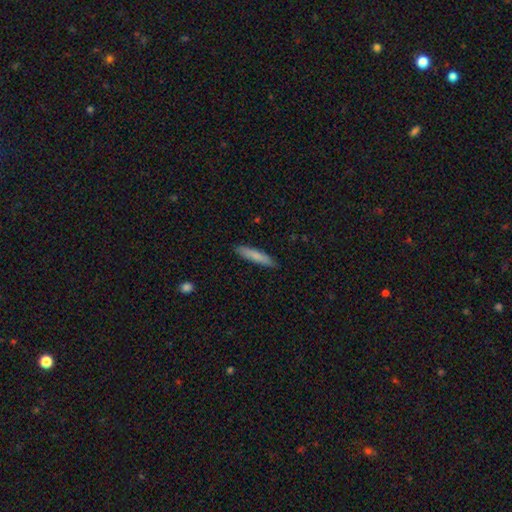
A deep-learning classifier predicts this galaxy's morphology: Smooth or featured: smooth — 78% (featured or disk — 16%)
How rounded: cigar-shaped — 89% (in between — 9%)
Merging: none — 89% (minor disturbance — 8%)